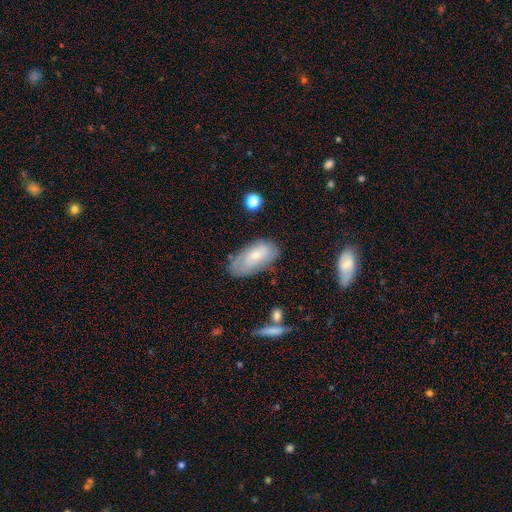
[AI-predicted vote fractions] smooth_or_featured: smooth (p=0.51) [alt: featured or disk p=0.42]
how_rounded: in between (p=0.90) [alt: cigar-shaped p=0.06]
merging: none (p=0.70) [alt: minor disturbance p=0.22]